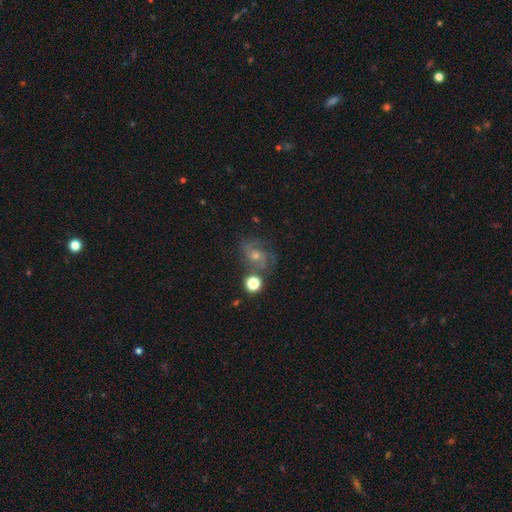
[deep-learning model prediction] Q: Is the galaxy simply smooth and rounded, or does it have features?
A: featured or disk — 65%.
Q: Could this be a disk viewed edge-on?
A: no — 97%.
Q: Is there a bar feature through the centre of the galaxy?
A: no — 58%.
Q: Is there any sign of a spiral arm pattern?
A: yes — 93%.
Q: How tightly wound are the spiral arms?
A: medium — 50%.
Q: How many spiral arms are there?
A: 2 — 50%.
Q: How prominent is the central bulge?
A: moderate — 50%.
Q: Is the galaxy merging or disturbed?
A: none — 69%.